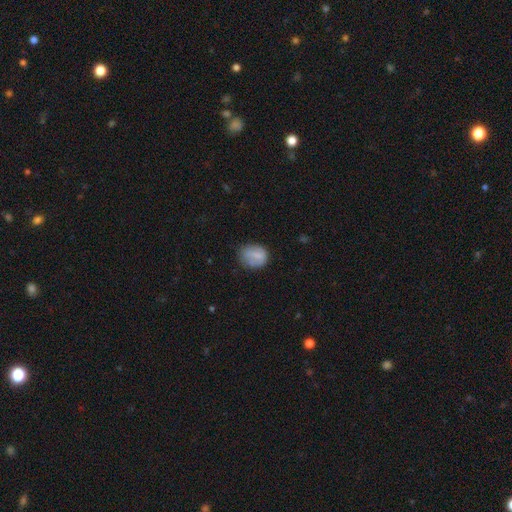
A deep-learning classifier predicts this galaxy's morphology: A smooth galaxy with no disk features (72%) that is round (59%). Merging: none (60%).